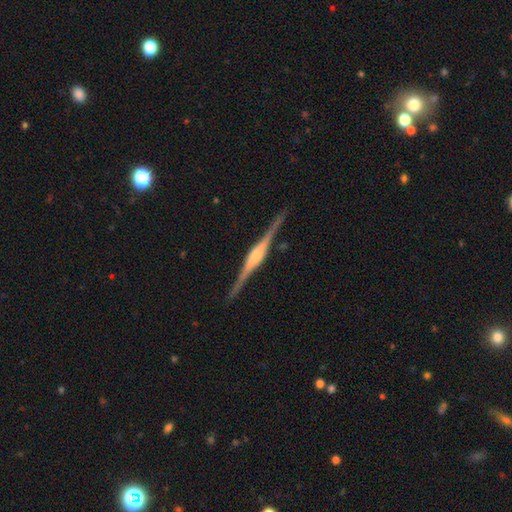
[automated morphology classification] Smooth or featured: featured or disk — 87% (smooth — 8%)
Edge-on disk: yes — 98% (no — 2%)
Edge-on bulge: rounded — 61% (boxy — 34%)
Merging: none — 89% (minor disturbance — 8%)